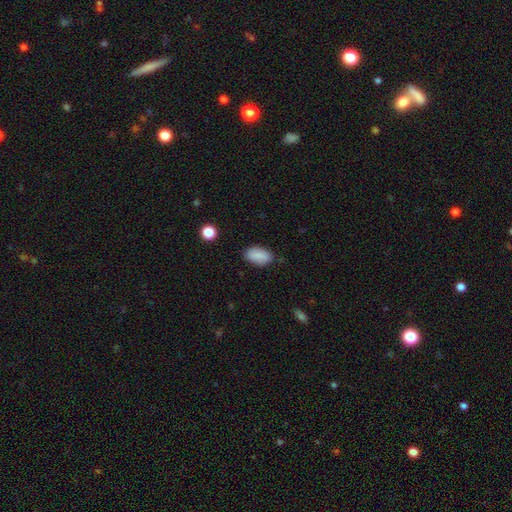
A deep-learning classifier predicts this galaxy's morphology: The model was most divided on "merging": none: 79%, minor disturbance: 16%, major disturbance: 3%, merger: 2%. More confident: how rounded — in between (92%); smooth or featured — smooth (84%).